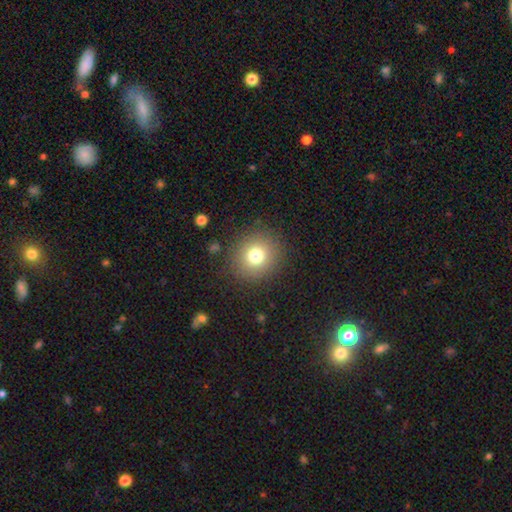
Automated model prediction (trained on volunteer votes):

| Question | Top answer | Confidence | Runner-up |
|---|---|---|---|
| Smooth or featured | smooth | 76% | star or artifact (13%) |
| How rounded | round | 88% | in between (11%) |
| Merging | none | 88% | minor disturbance (7%) |